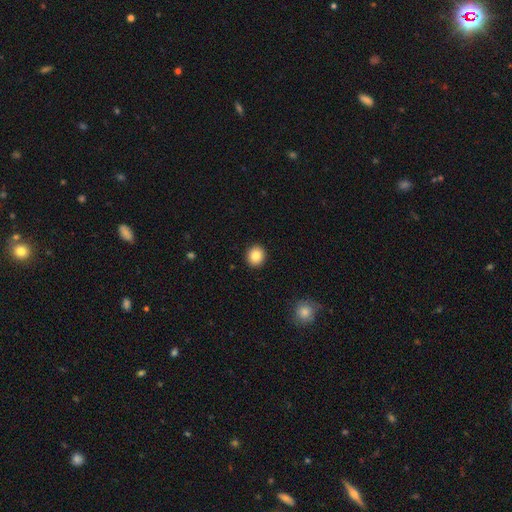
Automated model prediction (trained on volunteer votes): Smooth or featured? smooth (83%)
How rounded? round (86%)
Merging? none (93%)